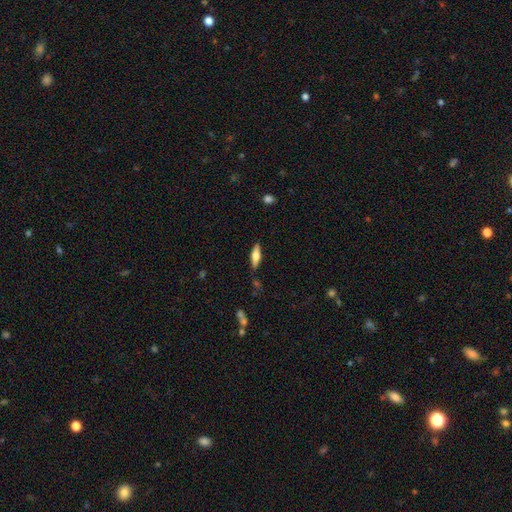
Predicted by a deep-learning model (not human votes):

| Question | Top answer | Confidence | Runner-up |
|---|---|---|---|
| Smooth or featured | smooth | 60% | featured or disk (34%) |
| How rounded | cigar-shaped | 49% | tied: in between (49%) |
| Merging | none | 83% | minor disturbance (12%) |